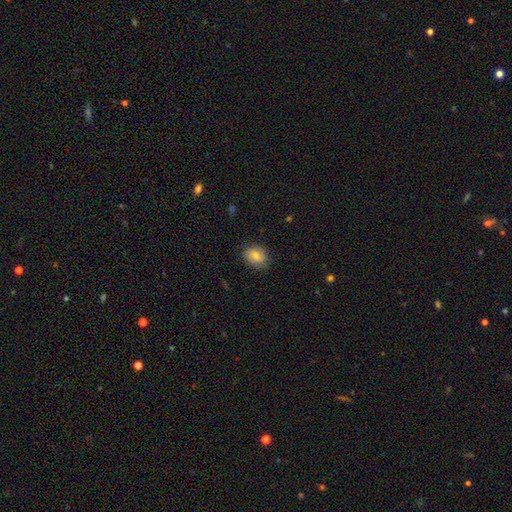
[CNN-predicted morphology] Overall: smooth (81%). How rounded: in between (54%; round 45%). Merging: none (83%).